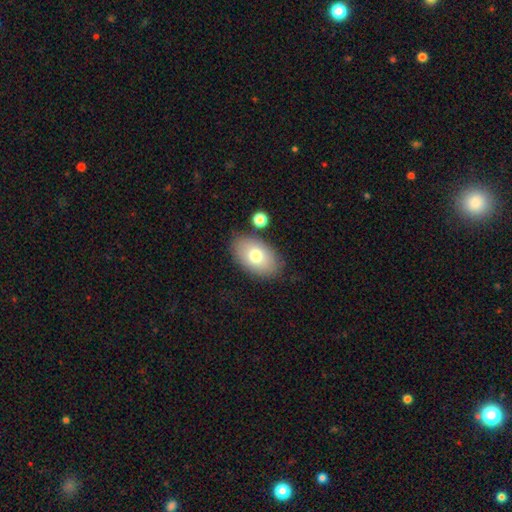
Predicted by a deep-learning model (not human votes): A smooth galaxy with no disk features (75%) that is in between round and cigar-shaped (91%).

Vote fractions:
- Smooth or featured? smooth: 75% / featured or disk: 17% / star or artifact: 8%
- How rounded? in between: 91% / round: 7% / cigar-shaped: 1%
- Merging? none: 81% / minor disturbance: 12% / merger: 4% / major disturbance: 3%